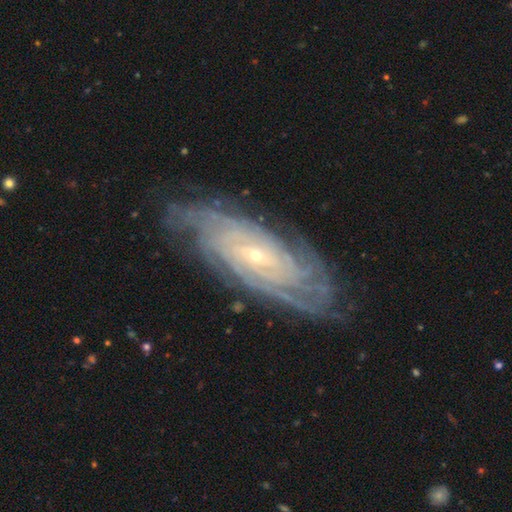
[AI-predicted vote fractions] smooth-or-featured: featured or disk: 88% | star or artifact: 6% | smooth: 6%
  disk-edge-on: no: 92% | yes: 8%
    bar: no: 60% | weak: 28% | strong: 11%
    has-spiral-arms: yes: 98% | no: 2%
      spiral-winding: tight: 82% | medium: 15% | loose: 3%
      spiral-arm-count: can't tell: 30% | more than 4: 22% | 4: 20% | 3: 11% | 2: 10% | 1: 7%
    bulge-size: small: 80% | moderate: 16% | none: 1% | large: 1% | dominant: 1%
  merging: none: 80% | minor disturbance: 14% | major disturbance: 4% | merger: 1%